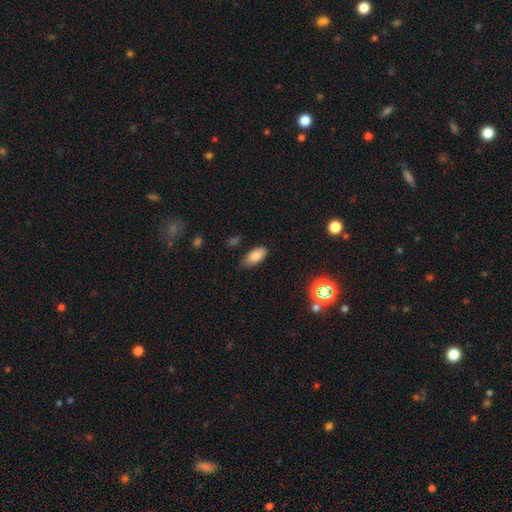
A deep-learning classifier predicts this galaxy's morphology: Smooth or featured? Predicted: smooth (p=0.82). How rounded? Predicted: in between (p=0.91). Merging? Predicted: none (p=0.72).